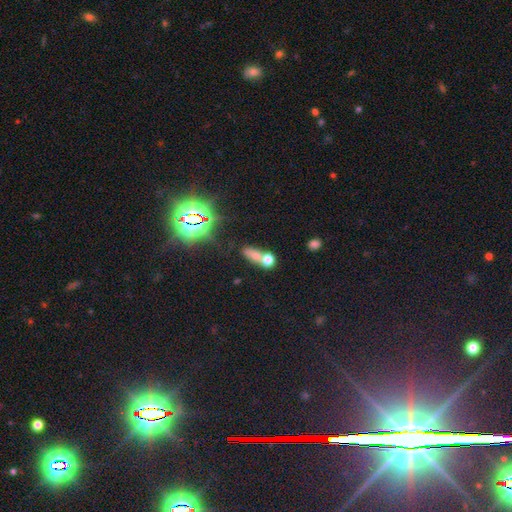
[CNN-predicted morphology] This appears to be a smooth galaxy with no disk features (62%) that is in between round and cigar-shaped (51%). Merging: merger (54%).